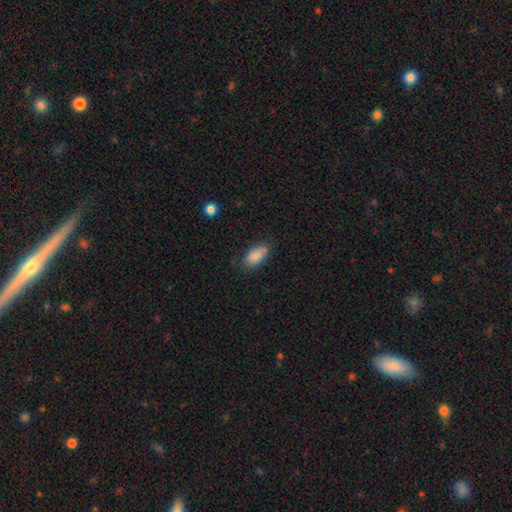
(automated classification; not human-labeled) Q: Smooth or featured?
A: smooth (86%); runner-up: star or artifact (8%)
Q: How rounded?
A: in between (89%); runner-up: cigar-shaped (7%)
Q: Merging?
A: none (73%); runner-up: minor disturbance (19%)